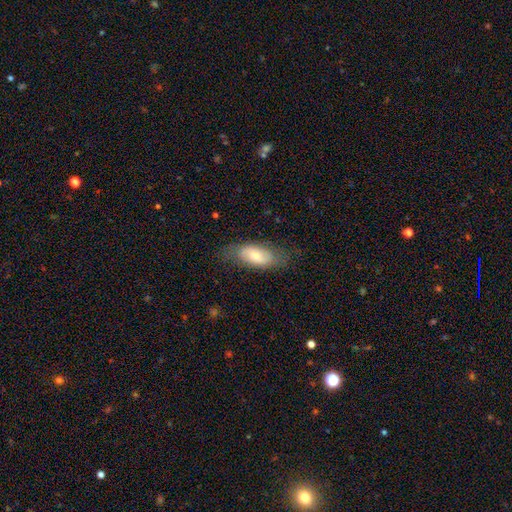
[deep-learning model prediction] The model was most divided on "smooth or featured": smooth: 61%, featured or disk: 32%, star or artifact: 6%. More confident: how rounded — in between (87%); merging — none (69%).